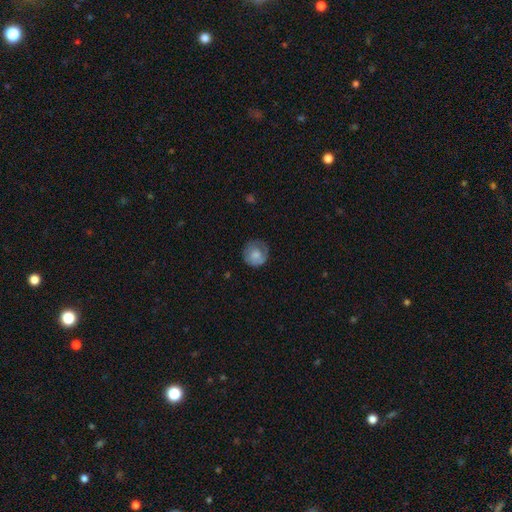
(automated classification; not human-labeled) A smooth galaxy with no disk features (70%) that is round (90%).

Vote fractions:
- Smooth or featured? smooth: 70% / featured or disk: 23% / star or artifact: 7%
- How rounded? round: 90% / in between: 9% / cigar-shaped: 1%
- Merging? none: 69% / minor disturbance: 22% / major disturbance: 8% / merger: 1%